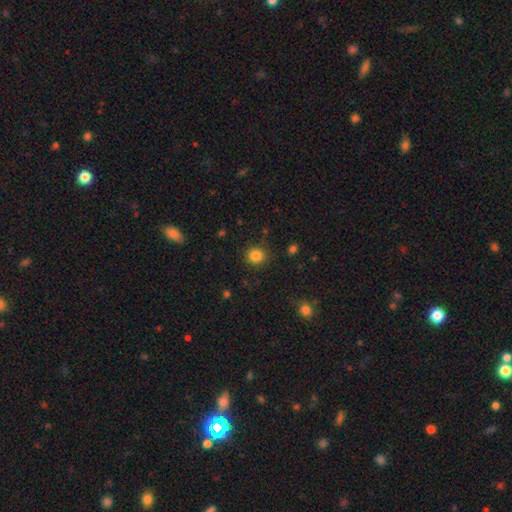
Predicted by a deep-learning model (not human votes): Smooth or featured: smooth — 84% (star or artifact — 12%)
How rounded: round — 89% (in between — 10%)
Merging: none — 87% (minor disturbance — 8%)